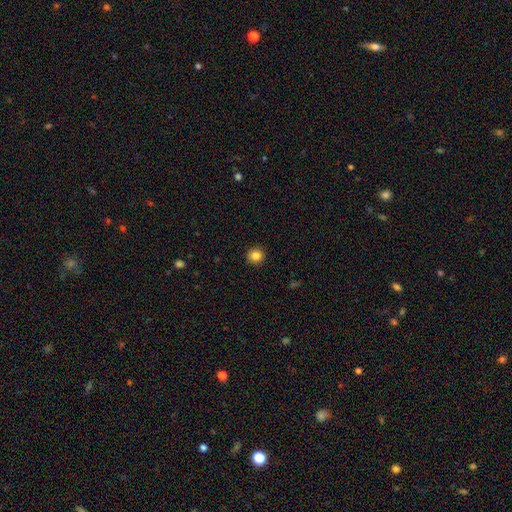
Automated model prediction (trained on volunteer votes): Smooth or featured?
  - smooth: 84% *
  - star or artifact: 11%
  - featured or disk: 6%
How rounded?
  - round: 94% *
  - in between: 5%
  - cigar-shaped: 1%
Merging?
  - none: 93% *
  - minor disturbance: 5%
  - major disturbance: 2%
  - merger: 1%